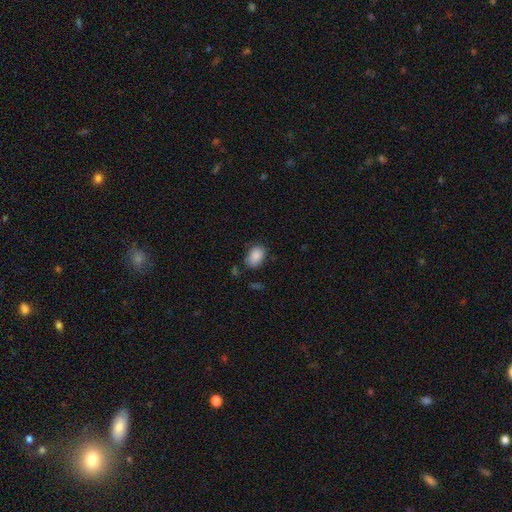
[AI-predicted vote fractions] A smooth galaxy with no disk features (88%) that is in between round and cigar-shaped (83%). Merging: none (74%).